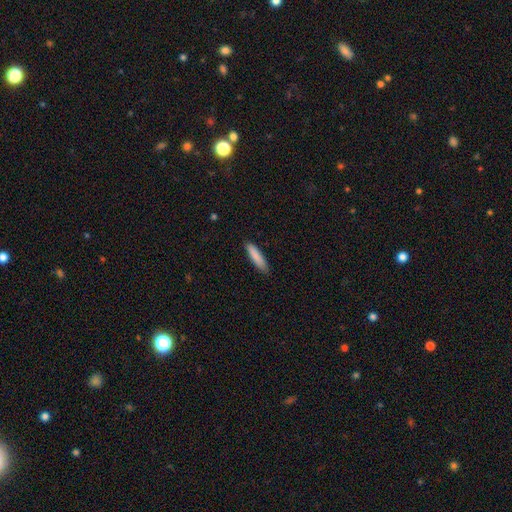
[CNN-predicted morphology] smooth 86%, featured or disk 8%, star or artifact 6%. Down the decision tree: how rounded — cigar-shaped (79%); merging — none (87%).